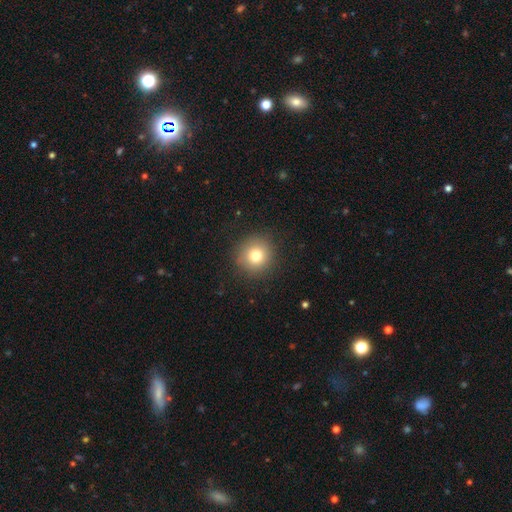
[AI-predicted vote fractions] This is likely a smooth galaxy (77%). How rounded: clearly round (93%). Merging: clearly none (89%).